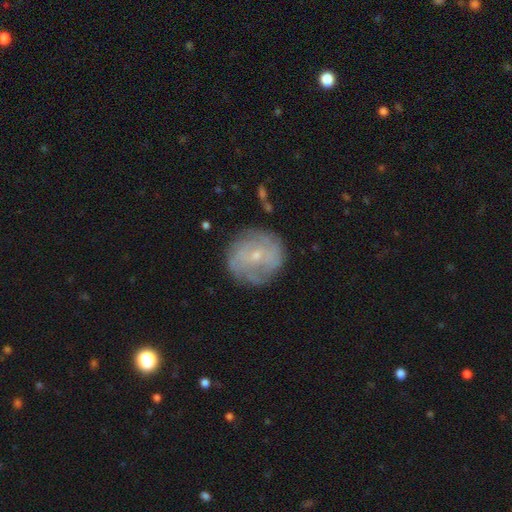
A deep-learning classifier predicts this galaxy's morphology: Q: Smooth or featured?
A: featured or disk (59%); runner-up: smooth (31%)
Q: Edge-on disk?
A: no (96%); runner-up: yes (4%)
Q: Bar?
A: no (66%); runner-up: weak (28%)
Q: Spiral arms?
A: yes (65%); runner-up: no (35%)
Q: Bulge size?
A: small (81%); runner-up: moderate (15%)
Q: Merging?
A: none (77%); runner-up: minor disturbance (15%)